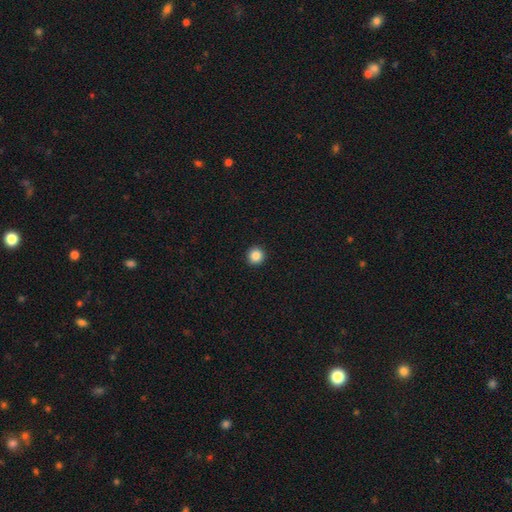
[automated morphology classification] smooth_or_featured: smooth (p=0.86) [alt: star or artifact p=0.10]
how_rounded: round (p=0.96) [alt: in between p=0.03]
merging: none (p=0.94) [alt: minor disturbance p=0.04]